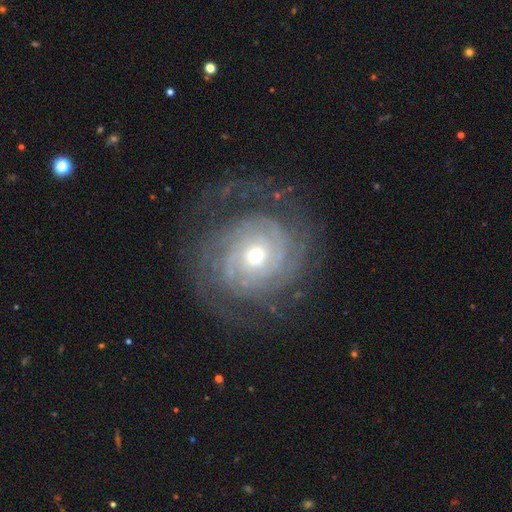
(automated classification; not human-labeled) The model was most divided on "bulge size": moderate: 53%, small: 42%, large: 3%, dominant: 1%, none: 1%. Remaining: edge-on disk — no (97%); spiral arms — yes (97%); smooth or featured — featured or disk (87%); spiral winding — tight (77%); bar — no (76%); merging — none (72%); spiral arm count — can't tell (30%).